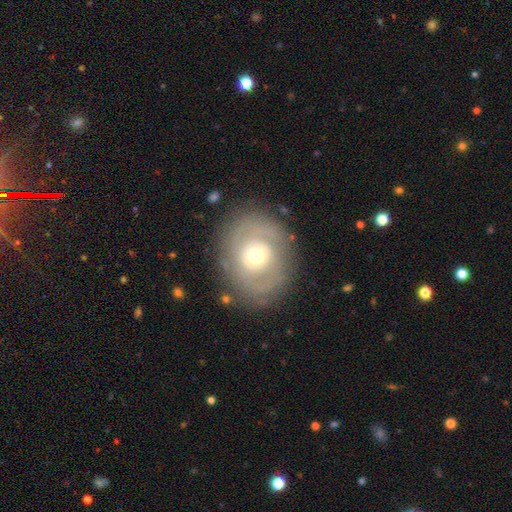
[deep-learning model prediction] Smooth or featured? featured or disk (67%)
Edge-on disk? no (96%)
Bar? no (82%)
Spiral arms? yes (53%)
Bulge size? moderate (69%)
Merging? none (78%)